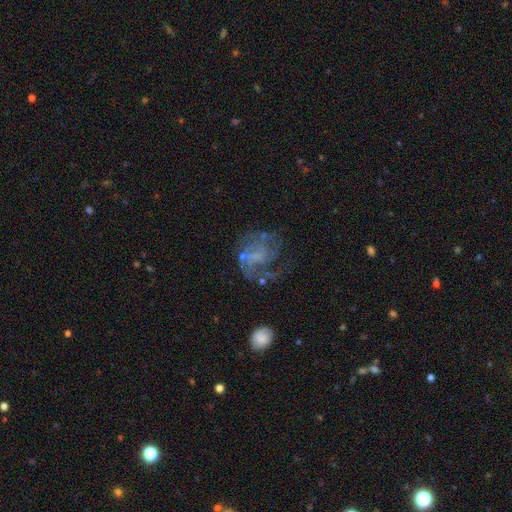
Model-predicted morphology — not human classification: Q: Smooth or featured?
A: featured or disk (74%); runner-up: smooth (15%)
Q: Edge-on disk?
A: no (98%); runner-up: yes (2%)
Q: Bar?
A: no (55%); runner-up: weak (37%)
Q: Spiral arms?
A: yes (79%); runner-up: no (21%)
Q: Spiral winding?
A: medium (43%); runner-up: tight (30%)
Q: Spiral arm count?
A: 2 (29%); tied with: can't tell (29%)
Q: Bulge size?
A: none (52%); runner-up: small (28%)
Q: Merging?
A: none (45%); runner-up: major disturbance (32%)